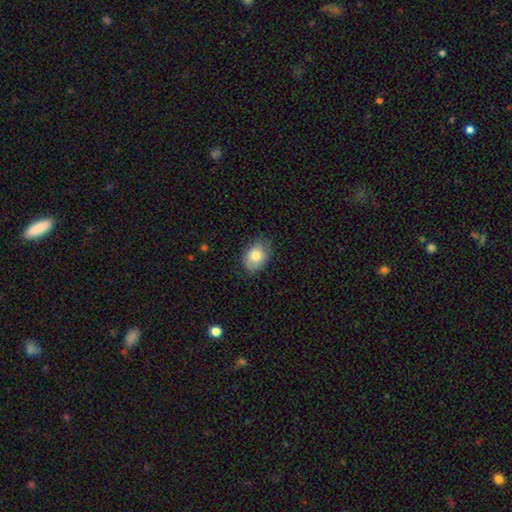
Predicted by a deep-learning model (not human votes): A smooth galaxy with no disk features (80%) that is in between round and cigar-shaped (74%).

Vote fractions:
- Smooth or featured? smooth: 80% / featured or disk: 12% / star or artifact: 8%
- How rounded? in between: 74% / round: 25% / cigar-shaped: 1%
- Merging? none: 72% / minor disturbance: 22% / major disturbance: 4% / merger: 1%